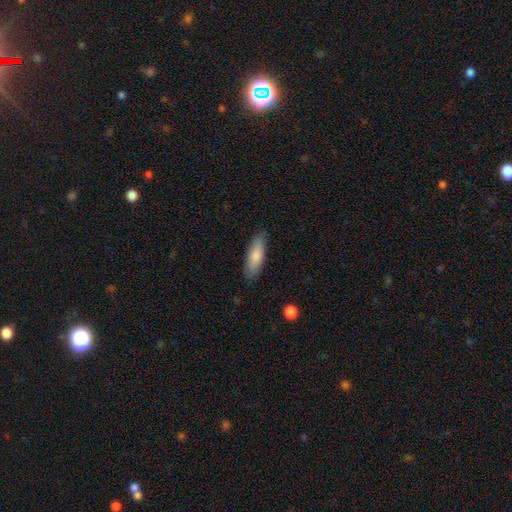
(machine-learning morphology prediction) smooth-or-featured: smooth: 81% | featured or disk: 13% | star or artifact: 6%
  how-rounded: in between: 57% | cigar-shaped: 42% | round: 2%
  merging: none: 84% | minor disturbance: 12% | major disturbance: 2% | merger: 1%